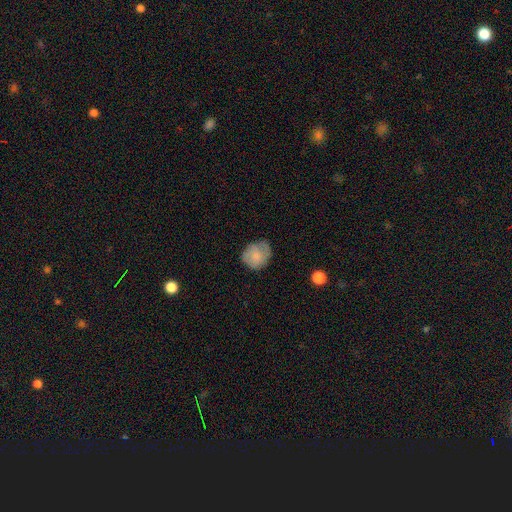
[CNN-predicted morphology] The model was most divided on "merging": none: 61%, minor disturbance: 29%, major disturbance: 9%, merger: 1%. More confident: smooth or featured — smooth (75%); how rounded — round (68%).